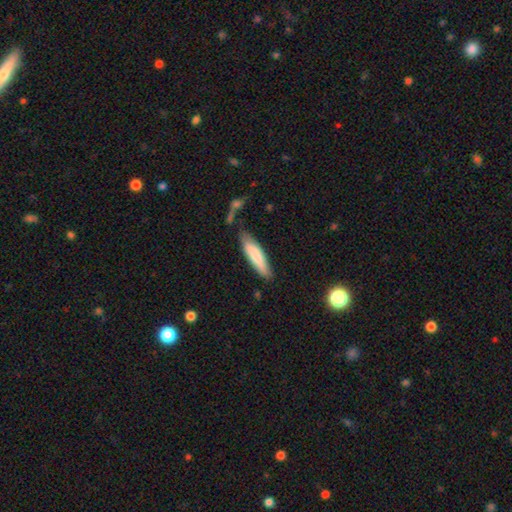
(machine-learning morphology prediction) Smooth or featured?
  - smooth: 78% *
  - featured or disk: 16%
  - star or artifact: 5%
How rounded?
  - cigar-shaped: 71% *
  - in between: 28%
  - round: 1%
Merging?
  - none: 74% *
  - minor disturbance: 17%
  - merger: 4%
  - major disturbance: 4%